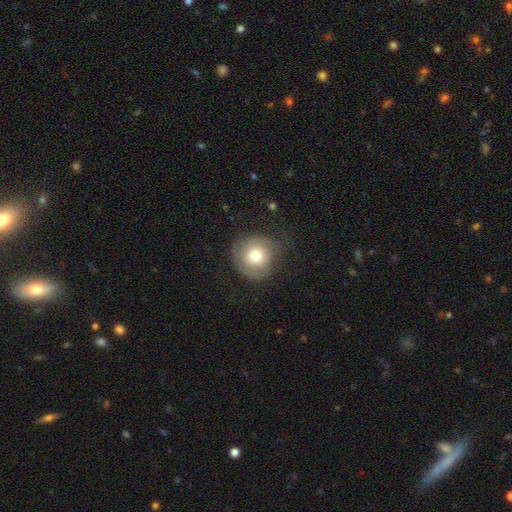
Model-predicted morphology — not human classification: Smooth or featured? Predicted: smooth (p=0.69). How rounded? Predicted: round (p=0.92). Merging? Predicted: none (p=0.61).